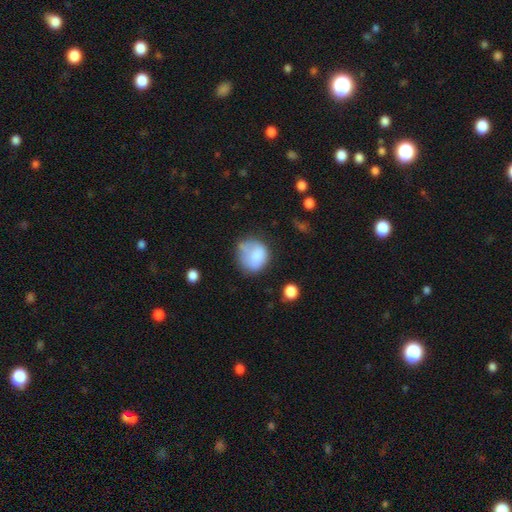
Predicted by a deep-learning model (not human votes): Smooth or featured: smooth — 75% (featured or disk — 16%)
How rounded: round — 72% (in between — 28%)
Merging: none — 44% (minor disturbance — 30%)